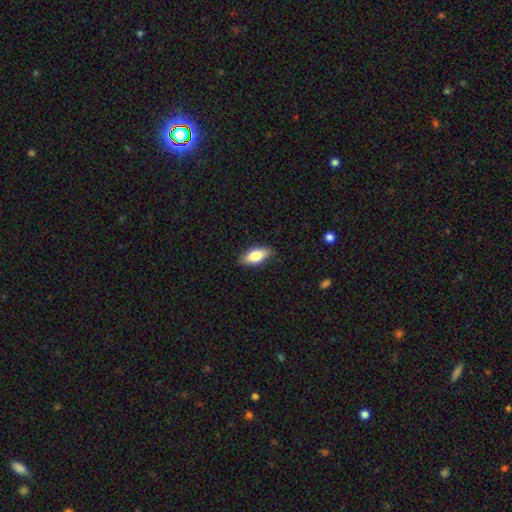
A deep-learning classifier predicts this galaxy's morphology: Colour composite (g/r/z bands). It shows a smooth galaxy with no disk features (77%) that is in between round and cigar-shaped (85%). Merging: none (86%).